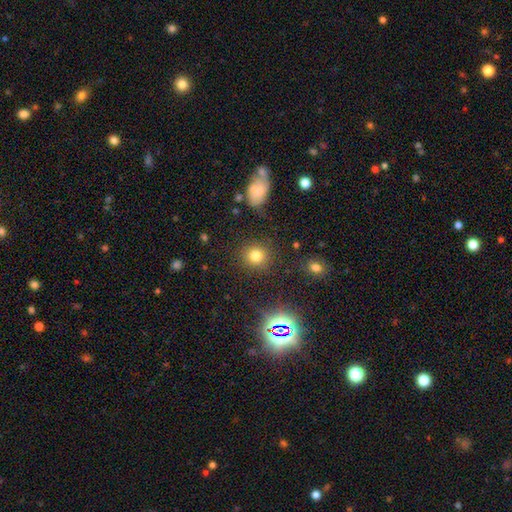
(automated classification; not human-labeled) This appears to be a smooth galaxy with no disk features (76%) that is round (88%). Merging: none (87%).